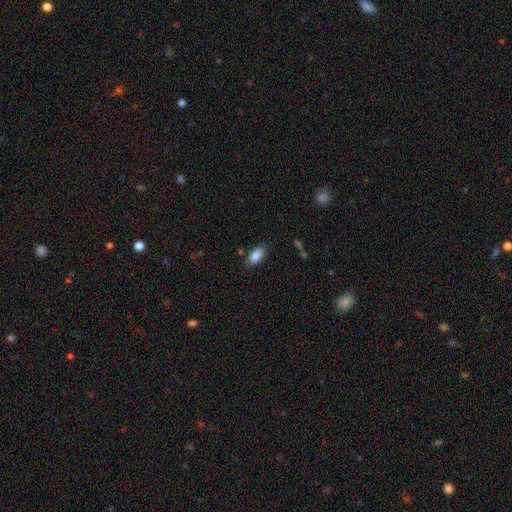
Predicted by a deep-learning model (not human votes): Smooth or featured?
  - smooth: 86% *
  - star or artifact: 7%
  - featured or disk: 6%
How rounded?
  - in between: 91% *
  - cigar-shaped: 6%
  - round: 3%
Merging?
  - none: 81% *
  - minor disturbance: 14%
  - major disturbance: 3%
  - merger: 3%